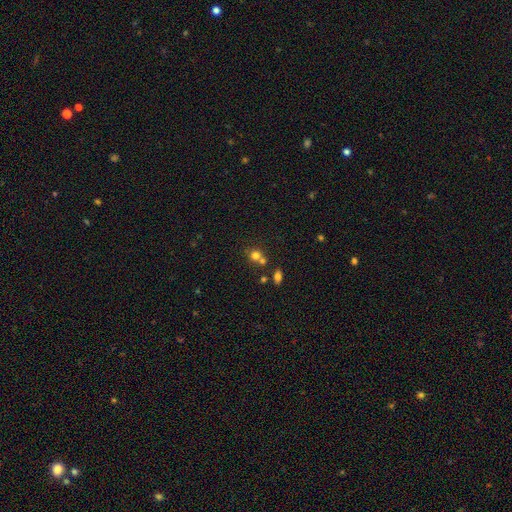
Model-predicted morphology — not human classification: The model was most divided on "merging": none: 51%, merger: 37%, minor disturbance: 8%, major disturbance: 4%. More confident: how rounded — round (82%); smooth or featured — smooth (73%).